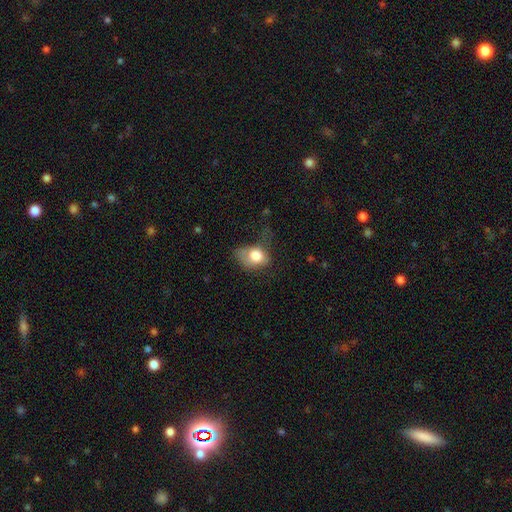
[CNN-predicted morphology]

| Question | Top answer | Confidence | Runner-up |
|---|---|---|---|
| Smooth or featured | smooth | 75% | featured or disk (16%) |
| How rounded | in between | 68% | round (30%) |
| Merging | major disturbance | 41% | minor disturbance (31%) |